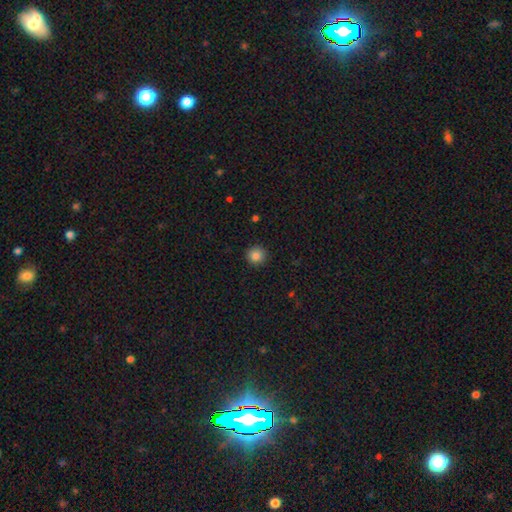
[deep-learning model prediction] Smooth or featured? Predicted: smooth (p=0.85). How rounded? Predicted: round (p=0.94). Merging? Predicted: none (p=0.92).